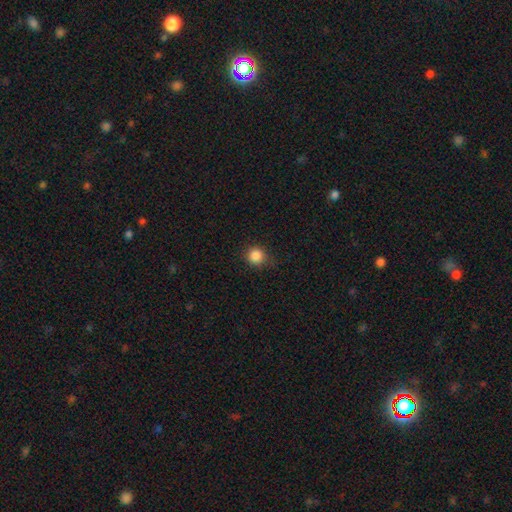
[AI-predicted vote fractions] Morphology: type=smooth (86%); roundness=round (91%); merging=none (80%).